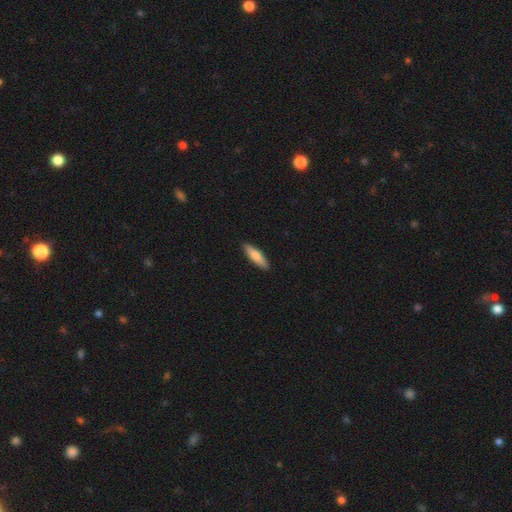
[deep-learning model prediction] Smooth or featured? Predicted: smooth (p=0.74). How rounded? Predicted: cigar-shaped (p=0.69). Merging? Predicted: none (p=0.90).